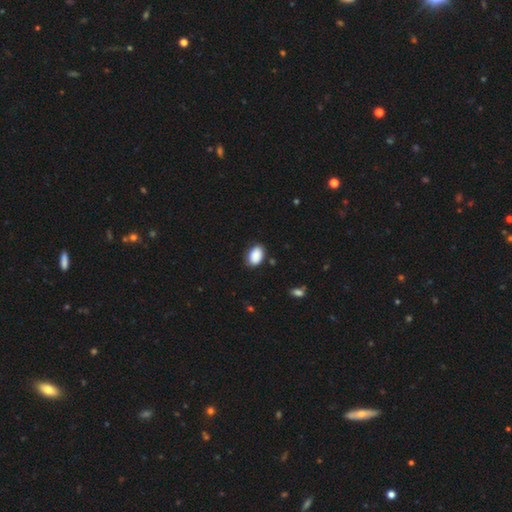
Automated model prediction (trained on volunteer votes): smooth 89%, star or artifact 7%, featured or disk 4%. Down the decision tree: how rounded — in between (89%); merging — none (80%).